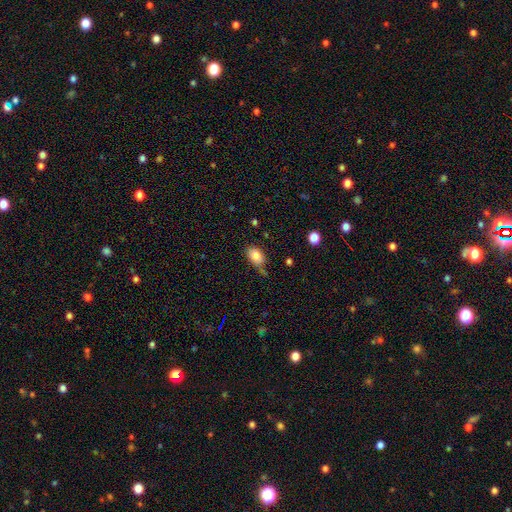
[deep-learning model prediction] smooth_or_featured: smooth (p=0.82) [alt: featured or disk p=0.09]
how_rounded: in between (p=0.86) [alt: round p=0.12]
merging: none (p=0.58) [alt: minor disturbance p=0.27]